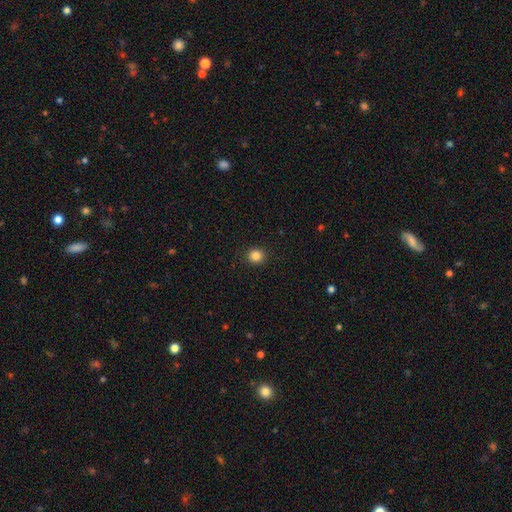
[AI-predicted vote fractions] smooth 85%, star or artifact 11%, featured or disk 4%. Down the decision tree: how rounded — round (90%); merging — none (92%).